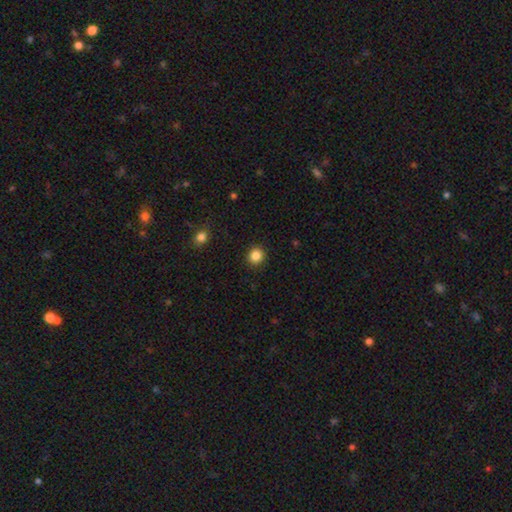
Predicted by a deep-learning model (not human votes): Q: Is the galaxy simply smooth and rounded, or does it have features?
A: smooth — 85%.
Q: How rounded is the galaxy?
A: round — 88%.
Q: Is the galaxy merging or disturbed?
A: none — 92%.